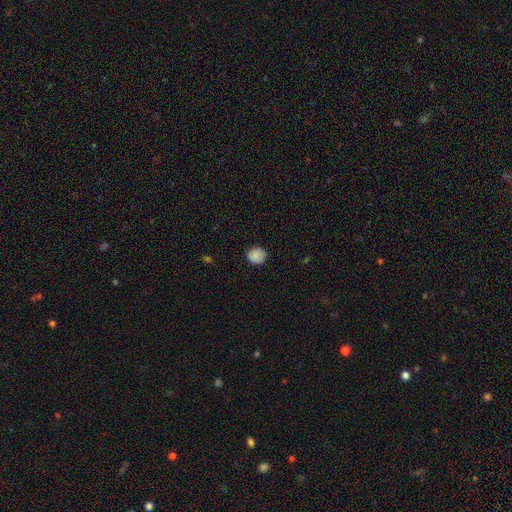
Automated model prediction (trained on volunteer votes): Smooth or featured? Predicted: smooth (p=0.87). How rounded? Predicted: round (p=0.84). Merging? Predicted: none (p=0.85).